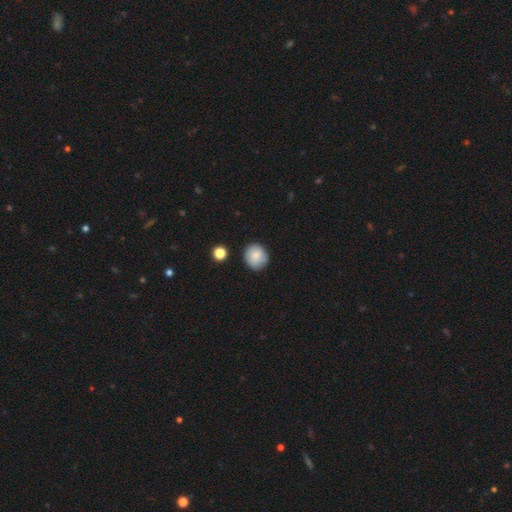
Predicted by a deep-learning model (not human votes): A smooth galaxy with no disk features (83%) that is round (84%).

Vote fractions:
- Smooth or featured? smooth: 83% / featured or disk: 10% / star or artifact: 8%
- How rounded? round: 84% / in between: 15% / cigar-shaped: 1%
- Merging? none: 82% / minor disturbance: 13% / major disturbance: 3% / merger: 3%